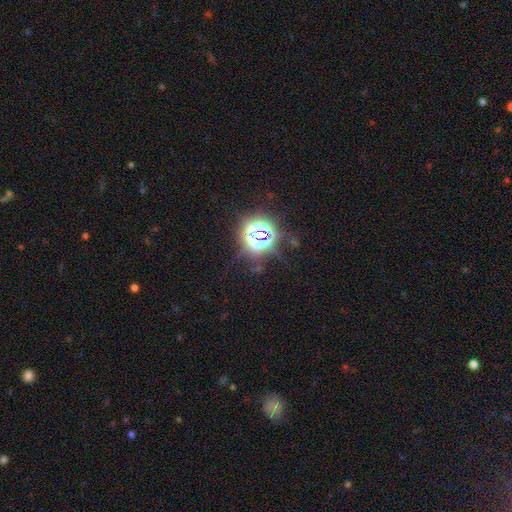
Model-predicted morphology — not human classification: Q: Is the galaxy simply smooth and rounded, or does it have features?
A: star or artifact — 81%.